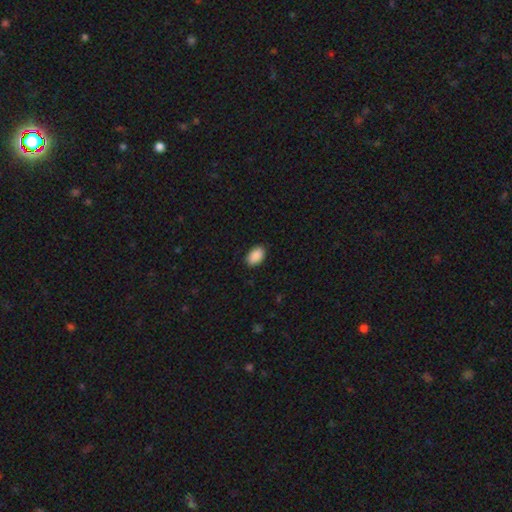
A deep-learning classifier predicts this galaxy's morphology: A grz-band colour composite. It shows a smooth galaxy with no disk features (90%) that is in between round and cigar-shaped (91%). Merging: none (88%).